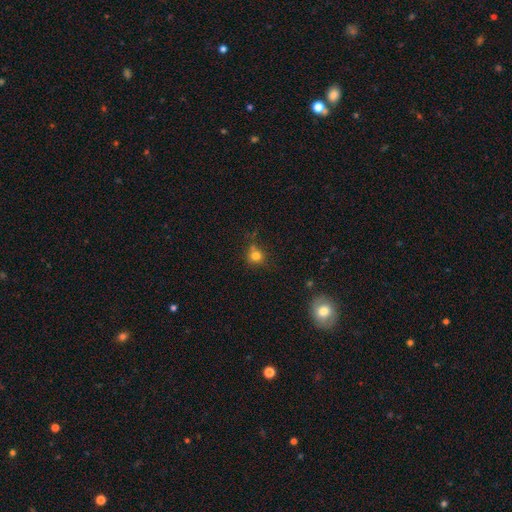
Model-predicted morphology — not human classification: smooth 78%, star or artifact 14%, featured or disk 8%. Down the decision tree: how rounded — round (84%); merging — none (62%).